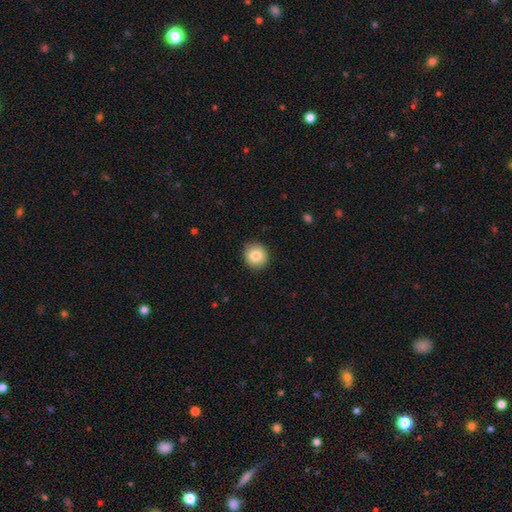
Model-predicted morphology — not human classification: smooth-or-featured: smooth: 84% | star or artifact: 8% | featured or disk: 8%
  how-rounded: round: 90% | in between: 9% | cigar-shaped: 1%
  merging: none: 90% | minor disturbance: 8% | major disturbance: 2% | merger: 1%